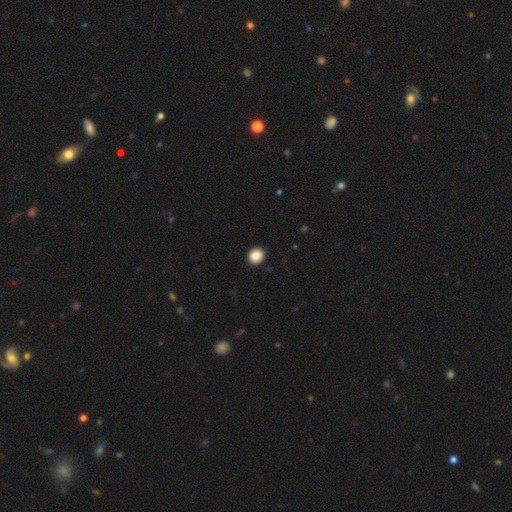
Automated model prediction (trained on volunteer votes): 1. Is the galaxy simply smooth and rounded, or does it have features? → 88% smooth, 9% star or artifact, 3% featured or disk.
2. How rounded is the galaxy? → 89% round, 10% in between, 1% cigar-shaped.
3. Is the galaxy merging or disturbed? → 93% none, 5% minor disturbance, 1% major disturbance, 1% merger.